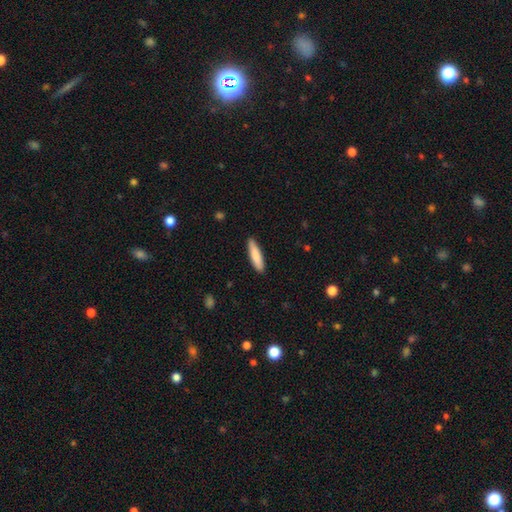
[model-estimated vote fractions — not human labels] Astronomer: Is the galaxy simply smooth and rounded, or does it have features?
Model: smooth — 83%.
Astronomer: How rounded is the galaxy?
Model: cigar-shaped — 78%.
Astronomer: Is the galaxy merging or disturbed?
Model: none — 89%.